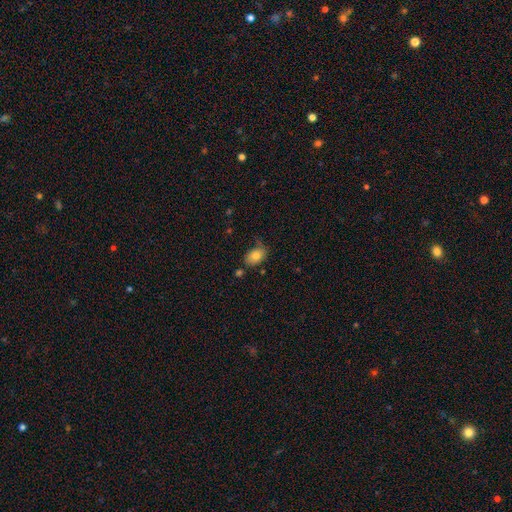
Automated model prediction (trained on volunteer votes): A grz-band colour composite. It shows a smooth galaxy with no disk features (78%) that is in between round and cigar-shaped (85%). Merging: none (61%).